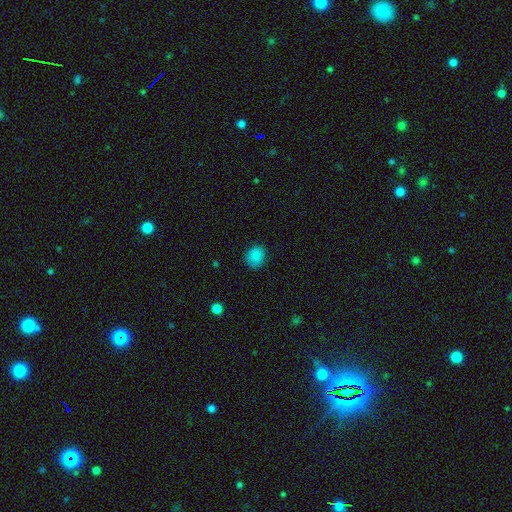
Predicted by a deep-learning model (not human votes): Smooth or featured?
  - smooth: 85% *
  - star or artifact: 11%
  - featured or disk: 4%
How rounded?
  - round: 75% *
  - in between: 24%
  - cigar-shaped: 1%
Merging?
  - none: 85% *
  - minor disturbance: 11%
  - major disturbance: 3%
  - merger: 1%